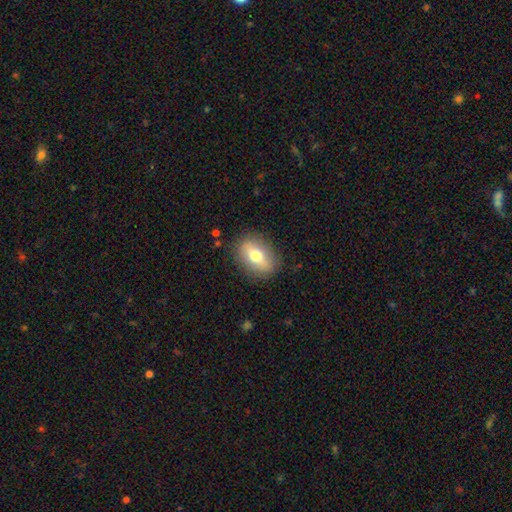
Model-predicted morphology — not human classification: smooth_or_featured: smooth (p=0.62) [alt: featured or disk p=0.30]
how_rounded: in between (p=0.74) [alt: round p=0.22]
merging: none (p=0.84) [alt: minor disturbance p=0.11]